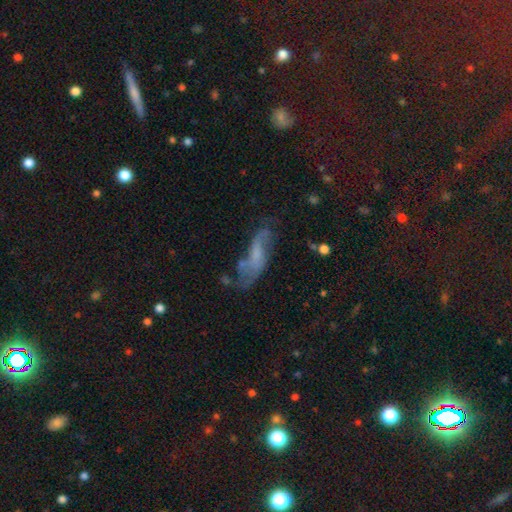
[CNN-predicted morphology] Smooth or featured? Predicted: featured or disk (p=0.55). Edge-on disk? Predicted: no (p=0.80). Merging? Predicted: none (p=0.47).